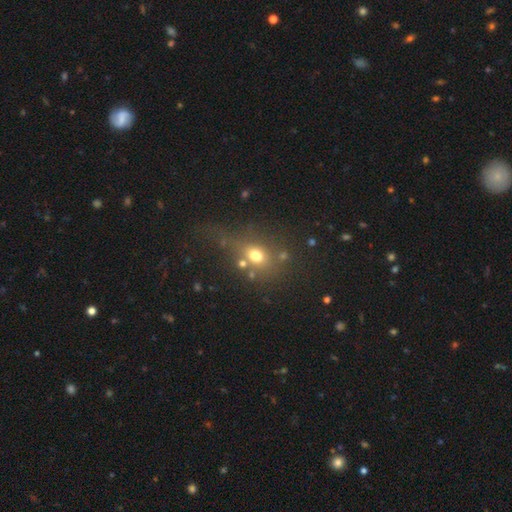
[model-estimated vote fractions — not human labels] Smooth or featured?
  - smooth: 68% *
  - star or artifact: 18%
  - featured or disk: 14%
How rounded?
  - in between: 53% *
  - round: 43%
  - cigar-shaped: 3%
Merging?
  - none: 51% *
  - minor disturbance: 19%
  - major disturbance: 16%
  - merger: 14%